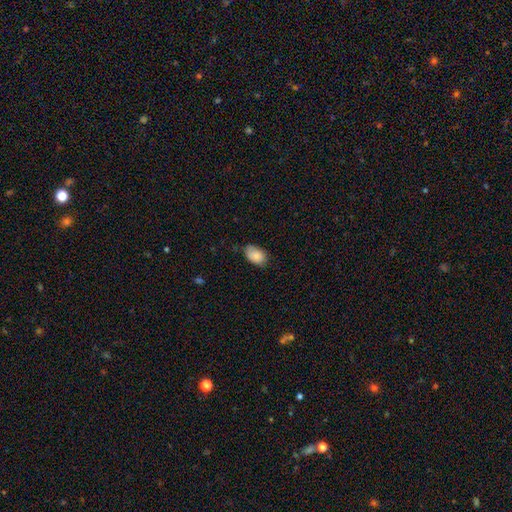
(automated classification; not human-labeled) This is clearly a smooth galaxy (85%). How rounded: clearly in between (89%). Merging: likely none (68%).